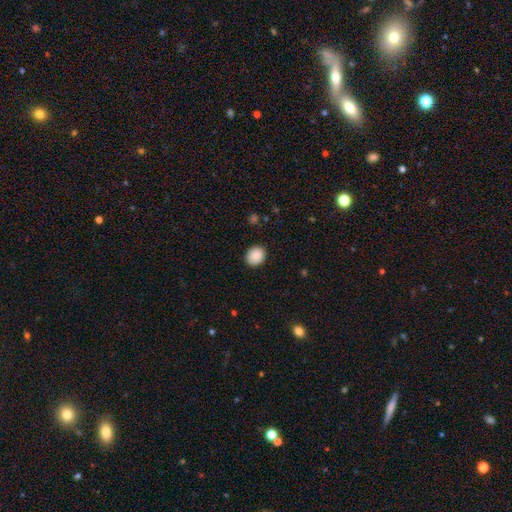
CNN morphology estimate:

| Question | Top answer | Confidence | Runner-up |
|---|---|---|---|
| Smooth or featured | smooth | 89% | star or artifact (8%) |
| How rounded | round | 65% | in between (35%) |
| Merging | none | 90% | minor disturbance (7%) |